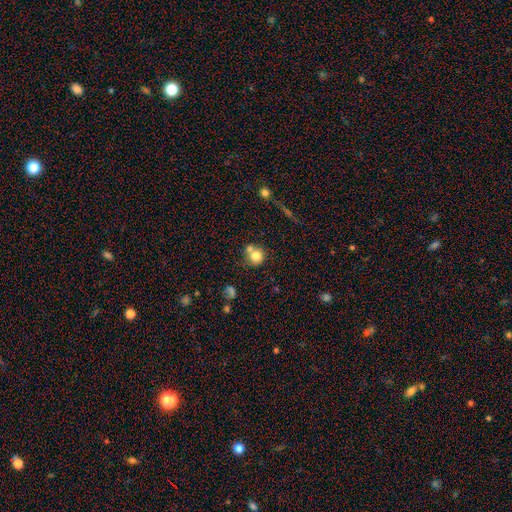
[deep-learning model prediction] This appears to be a smooth galaxy with no disk features (76%) that is round (85%). Merging: none (46%).